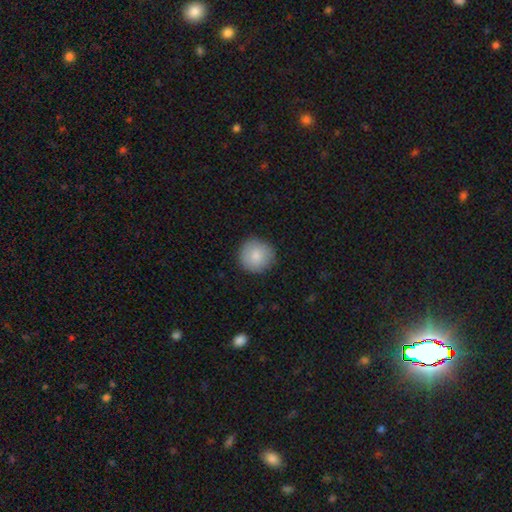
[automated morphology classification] smooth_or_featured: smooth (p=0.84) [alt: featured or disk p=0.09]
how_rounded: round (p=0.95) [alt: in between p=0.04]
merging: none (p=0.89) [alt: minor disturbance p=0.08]